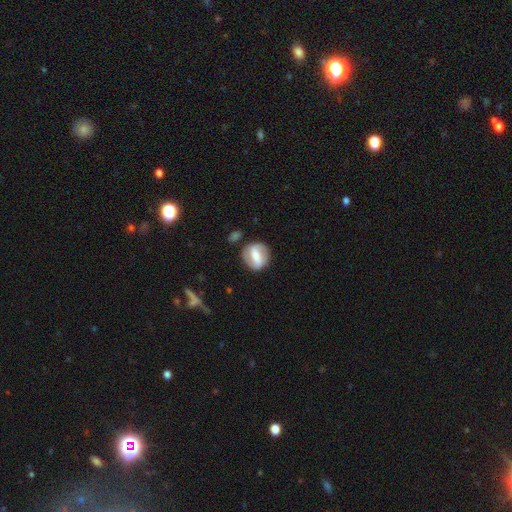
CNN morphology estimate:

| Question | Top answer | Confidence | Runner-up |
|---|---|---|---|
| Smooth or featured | featured or disk | 50% | smooth (43%) |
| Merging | none | 78% | minor disturbance (13%) |